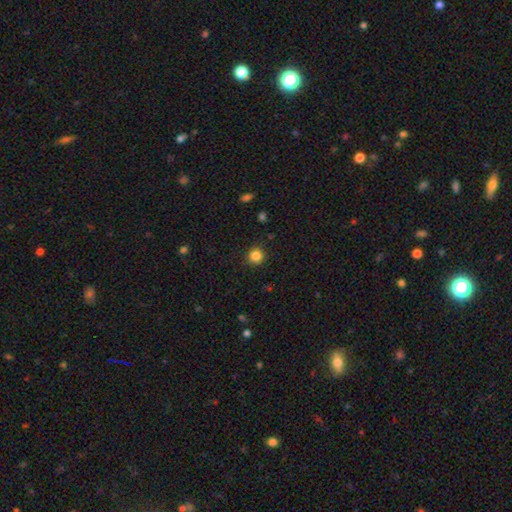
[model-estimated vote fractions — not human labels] Overall: smooth (84%). How rounded: round (93%). Merging: none (90%).